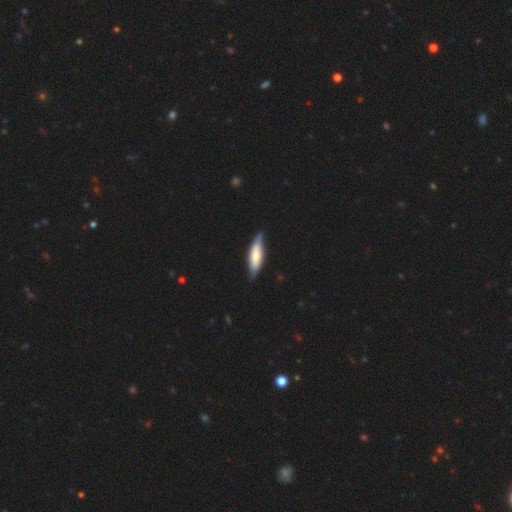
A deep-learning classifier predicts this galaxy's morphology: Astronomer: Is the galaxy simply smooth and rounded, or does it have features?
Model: smooth — 63%.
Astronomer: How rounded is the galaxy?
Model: cigar-shaped — 51% (runner-up: in between, 48%).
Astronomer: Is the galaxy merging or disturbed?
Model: none — 74%.